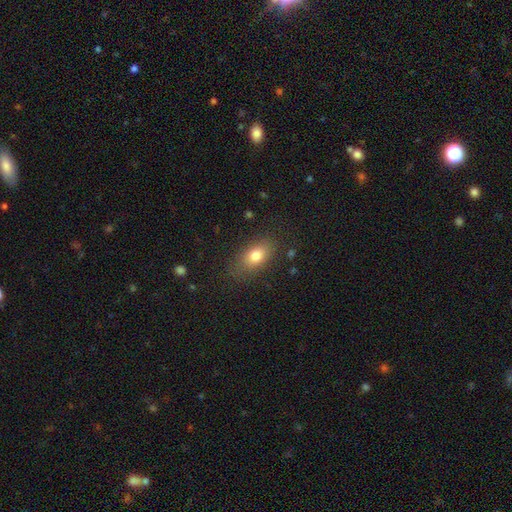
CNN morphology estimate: type=smooth (78%); roundness=in between (83%); merging=none (81%).